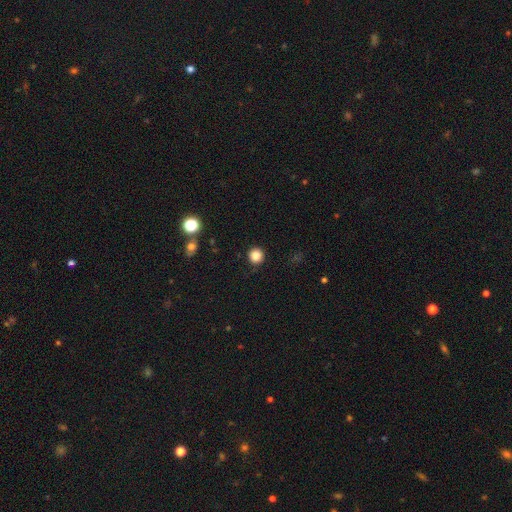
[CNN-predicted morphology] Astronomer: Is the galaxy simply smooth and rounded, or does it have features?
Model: smooth — 84%.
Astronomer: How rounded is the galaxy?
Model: round — 95%.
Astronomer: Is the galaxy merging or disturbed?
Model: none — 91%.